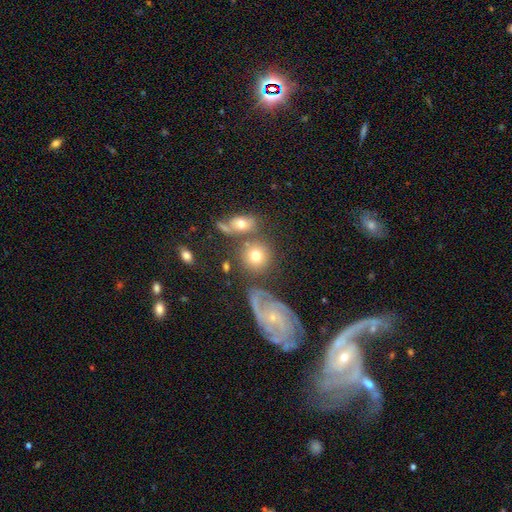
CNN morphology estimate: Overall: smooth (68%). How rounded: round (84%). Merging: none (63%).